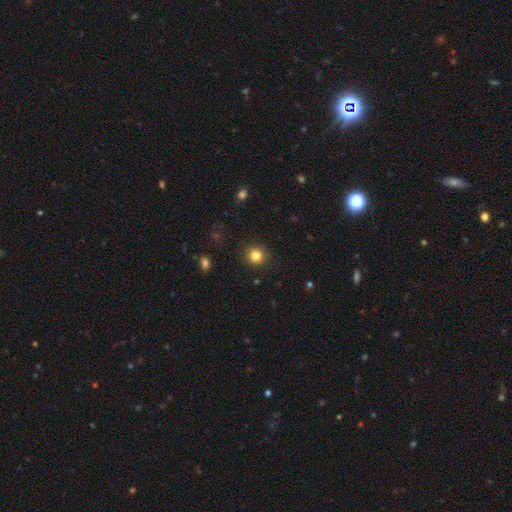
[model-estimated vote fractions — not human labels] This appears to be a smooth galaxy with no disk features (82%) that is round (93%). Merging: none (91%).